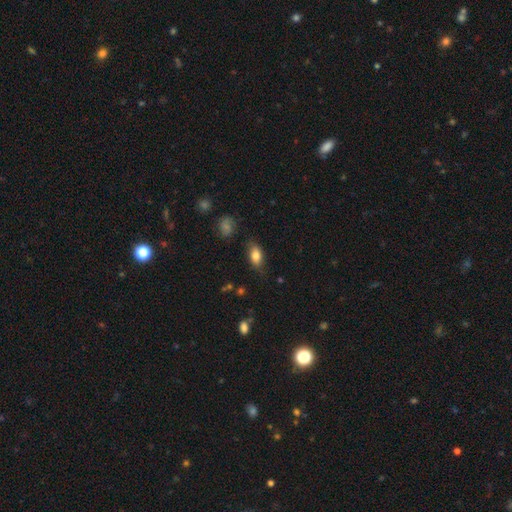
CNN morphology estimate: type=smooth (80%); roundness=in between (88%); merging=none (73%).